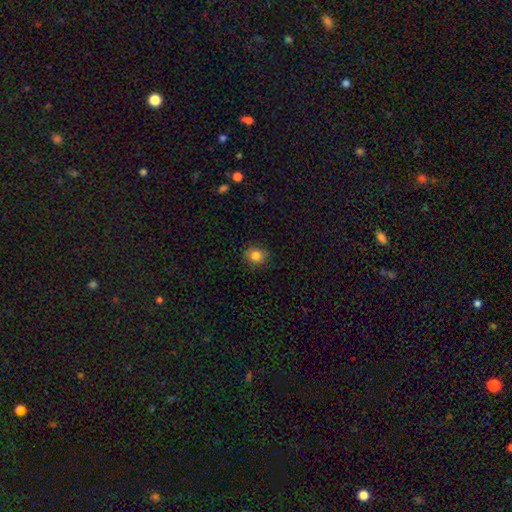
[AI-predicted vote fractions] Q: Smooth or featured?
A: smooth (84%); runner-up: star or artifact (11%)
Q: How rounded?
A: round (76%); runner-up: in between (23%)
Q: Merging?
A: none (88%); runner-up: minor disturbance (8%)